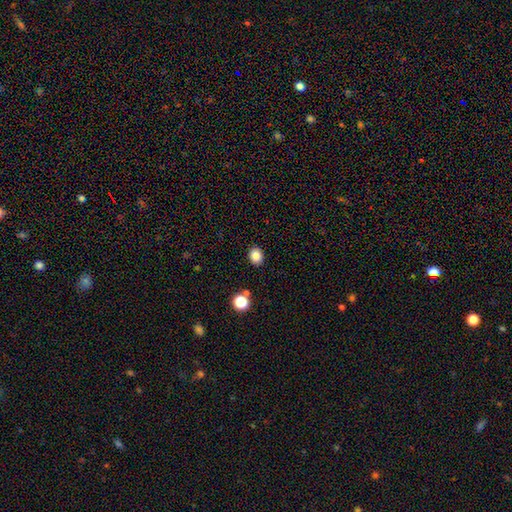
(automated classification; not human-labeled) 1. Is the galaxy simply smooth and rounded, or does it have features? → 84% smooth, 11% star or artifact, 4% featured or disk.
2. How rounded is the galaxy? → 60% round, 39% in between, 1% cigar-shaped.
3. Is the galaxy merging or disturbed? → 89% none, 7% minor disturbance, 2% major disturbance, 2% merger.